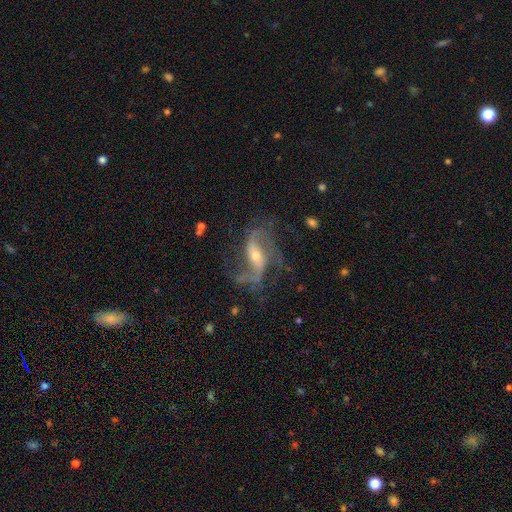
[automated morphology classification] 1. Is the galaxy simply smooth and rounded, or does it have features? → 85% featured or disk, 8% smooth, 7% star or artifact.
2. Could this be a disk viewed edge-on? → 94% no, 6% yes.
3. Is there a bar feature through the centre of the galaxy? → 36% weak, 35% strong, 28% no.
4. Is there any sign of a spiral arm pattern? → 93% yes, 7% no.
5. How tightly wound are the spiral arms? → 64% loose, 28% medium, 8% tight.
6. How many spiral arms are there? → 80% 2, 6% can't tell, 5% 3, 5% 1, 2% 4, 2% more than 4.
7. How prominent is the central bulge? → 51% small, 43% moderate, 3% large, 2% none, 1% dominant.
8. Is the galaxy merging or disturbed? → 57% none, 22% major disturbance, 19% minor disturbance, 3% merger.